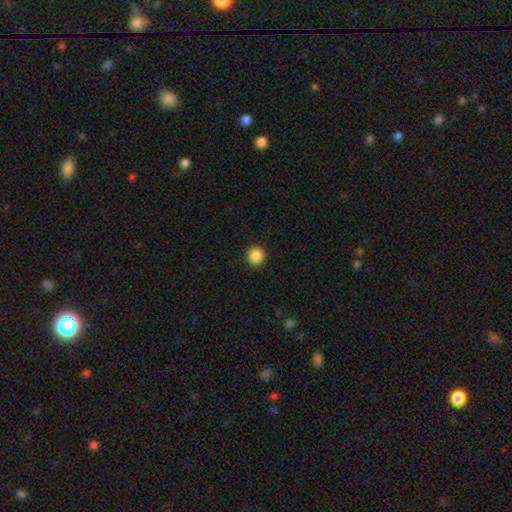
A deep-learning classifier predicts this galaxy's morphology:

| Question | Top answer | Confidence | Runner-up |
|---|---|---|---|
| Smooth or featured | smooth | 88% | star or artifact (9%) |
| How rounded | round | 94% | in between (5%) |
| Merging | none | 92% | minor disturbance (5%) |